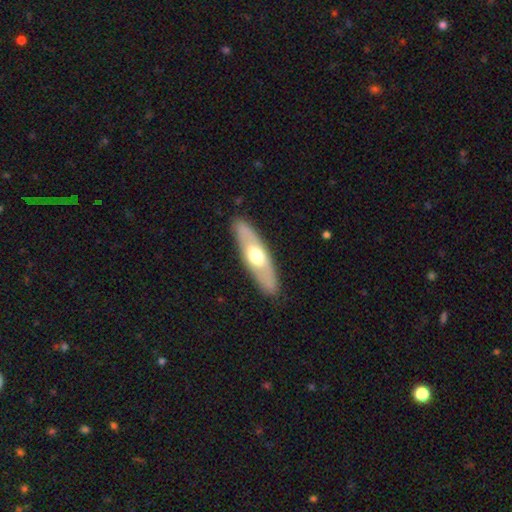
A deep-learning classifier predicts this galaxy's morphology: This is possibly a featured or disk galaxy (54%). It is possibly viewed edge-on (55%). Merging: clearly none (88%).